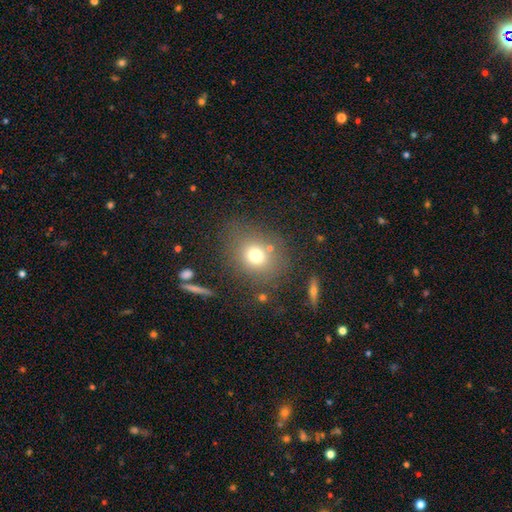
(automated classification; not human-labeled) This appears to be a smooth galaxy with no disk features (72%) that is round (68%). Merging: none (73%).